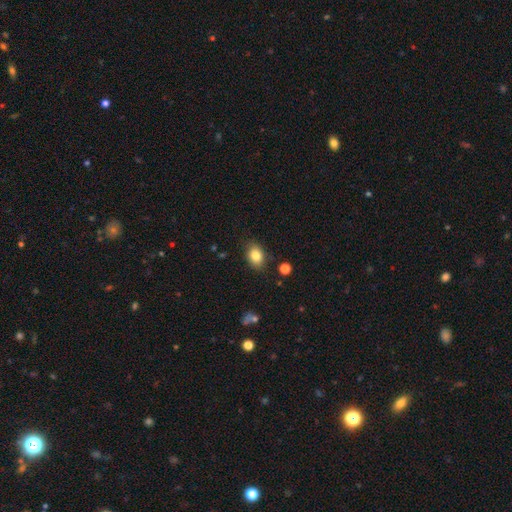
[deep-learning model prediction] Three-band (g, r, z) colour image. It shows a smooth galaxy with no disk features (82%) that is in between round and cigar-shaped (69%). Merging: none (83%).